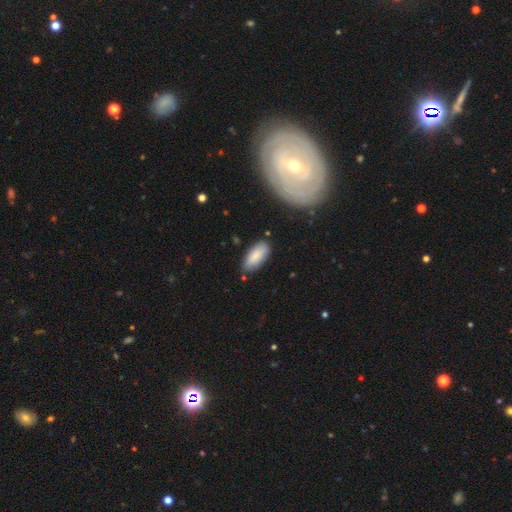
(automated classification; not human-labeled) Smooth or featured? smooth (84%)
How rounded? in between (87%)
Merging? none (76%)